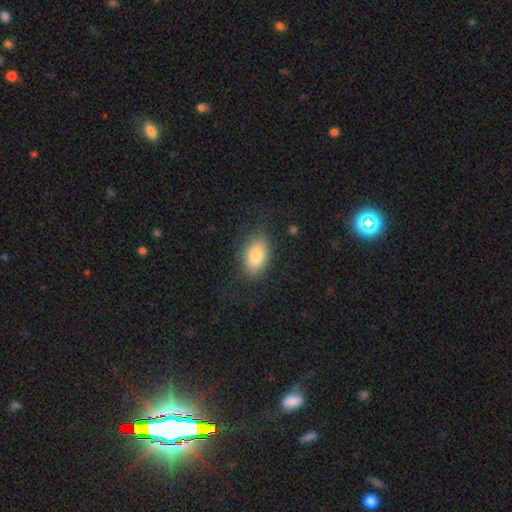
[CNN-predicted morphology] A smooth galaxy with no disk features (82%) that is in between round and cigar-shaped (90%).

Vote fractions:
- Smooth or featured? smooth: 82% / featured or disk: 10% / star or artifact: 8%
- How rounded? in between: 90% / round: 9% / cigar-shaped: 2%
- Merging? none: 78% / minor disturbance: 14% / major disturbance: 6% / merger: 1%